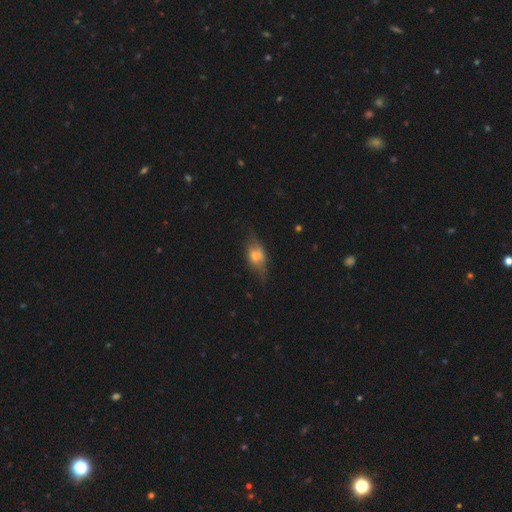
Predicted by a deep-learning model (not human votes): Q: Smooth or featured?
A: smooth (46%); runner-up: featured or disk (44%)
Q: Merging?
A: none (66%); runner-up: minor disturbance (24%)